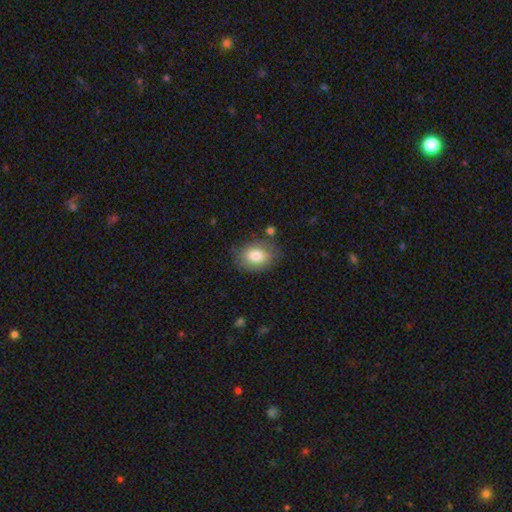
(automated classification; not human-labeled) smooth 81%, featured or disk 11%, star or artifact 7%. Down the decision tree: how rounded — in between (74%); merging — none (76%).